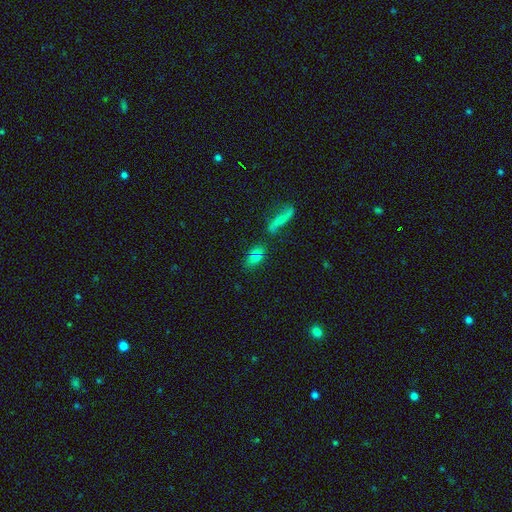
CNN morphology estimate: The model was most divided on "merging": none: 60%, merger: 19%, minor disturbance: 15%, major disturbance: 6%. More confident: how rounded — in between (81%); smooth or featured — smooth (68%).